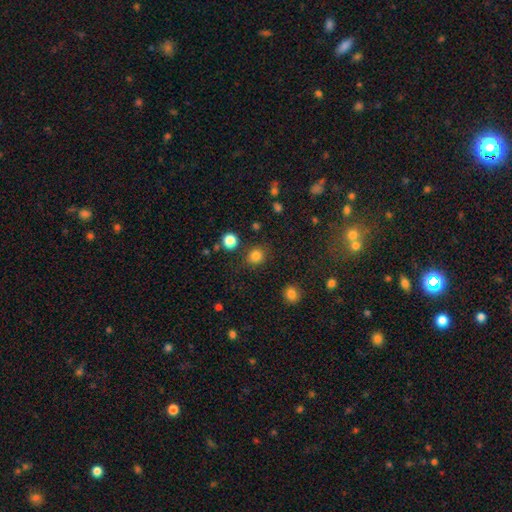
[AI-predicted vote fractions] This appears to be a smooth galaxy with no disk features (82%) that is round (86%). Merging: none (86%).